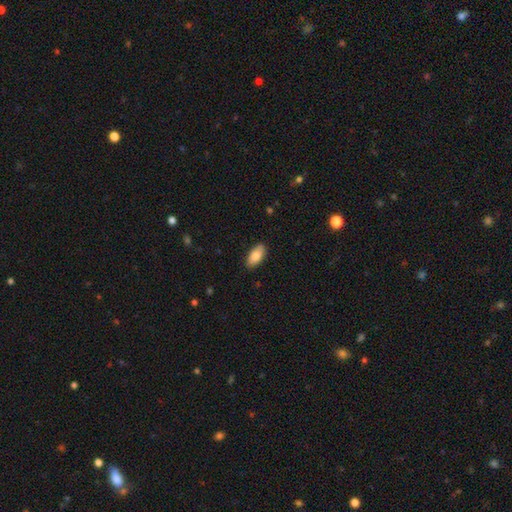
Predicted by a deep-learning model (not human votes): Smooth or featured?
  - smooth: 86% *
  - featured or disk: 8%
  - star or artifact: 6%
How rounded?
  - in between: 91% *
  - cigar-shaped: 7%
  - round: 2%
Merging?
  - none: 87% *
  - minor disturbance: 10%
  - major disturbance: 2%
  - merger: 1%